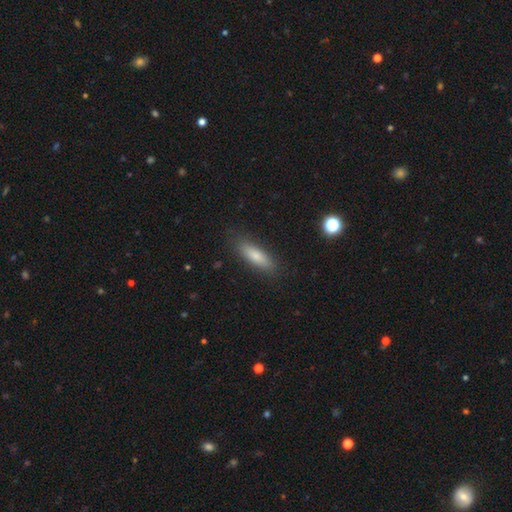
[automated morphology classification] The model was most divided on "how rounded": cigar-shaped: 50%, in between: 48%, round: 2%. More confident: merging — none (84%); smooth or featured — smooth (80%).